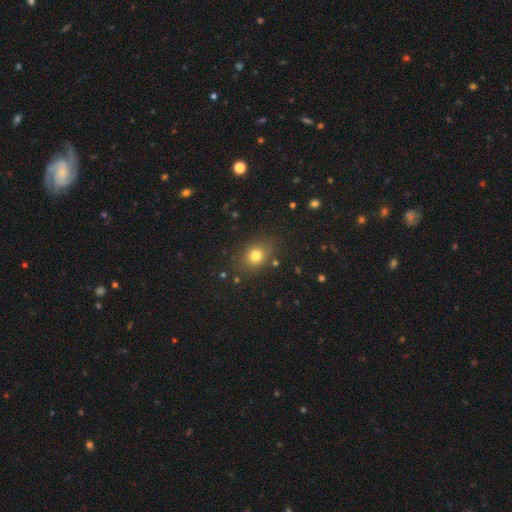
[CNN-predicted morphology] Smooth or featured? Predicted: smooth (p=0.76). How rounded? Predicted: round (p=0.58). Merging? Predicted: none (p=0.81).